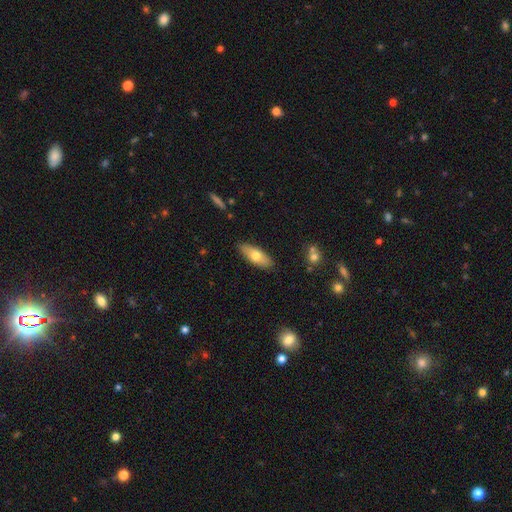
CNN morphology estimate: smooth 66%, featured or disk 28%, star or artifact 6%. Down the decision tree: how rounded — in between (71%); merging — none (85%).